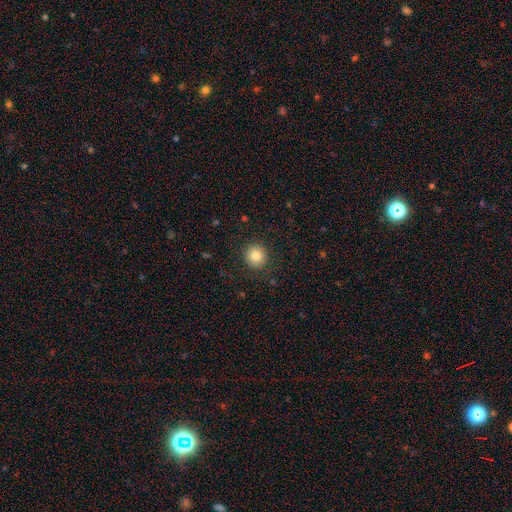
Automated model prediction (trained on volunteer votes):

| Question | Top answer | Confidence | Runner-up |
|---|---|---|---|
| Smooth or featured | smooth | 82% | star or artifact (11%) |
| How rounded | round | 94% | in between (5%) |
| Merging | none | 90% | minor disturbance (7%) |